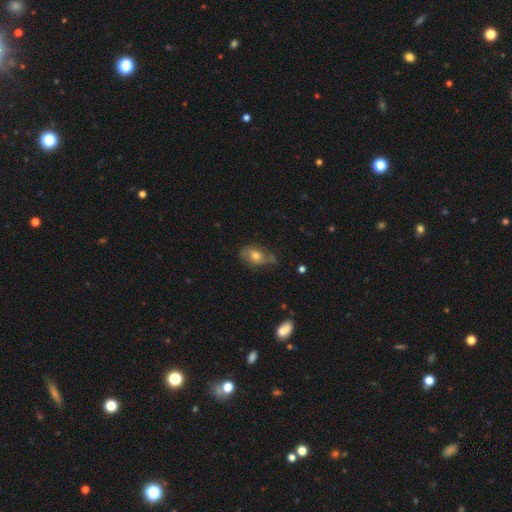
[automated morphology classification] smooth 55%, featured or disk 35%, star or artifact 10%. Down the decision tree: how rounded — in between (80%); merging — none (53%).